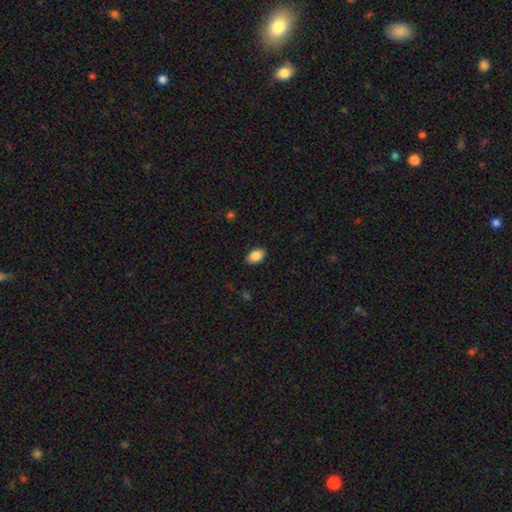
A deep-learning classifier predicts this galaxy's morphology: This appears to be a smooth galaxy with no disk features (87%) that is in between round and cigar-shaped (88%). Merging: none (88%).